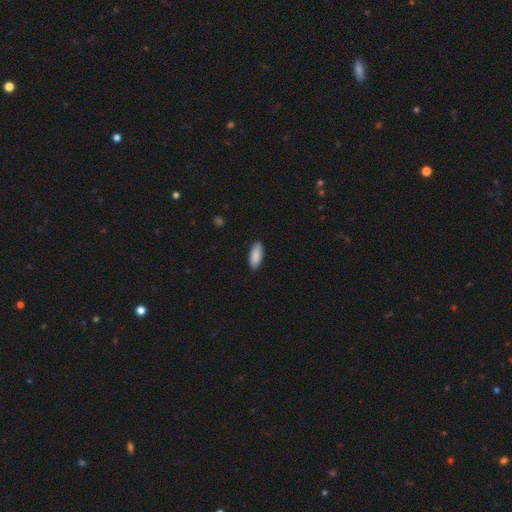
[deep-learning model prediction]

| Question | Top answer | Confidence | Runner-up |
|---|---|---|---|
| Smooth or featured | smooth | 90% | star or artifact (5%) |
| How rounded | in between | 83% | cigar-shaped (15%) |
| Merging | none | 89% | minor disturbance (8%) |